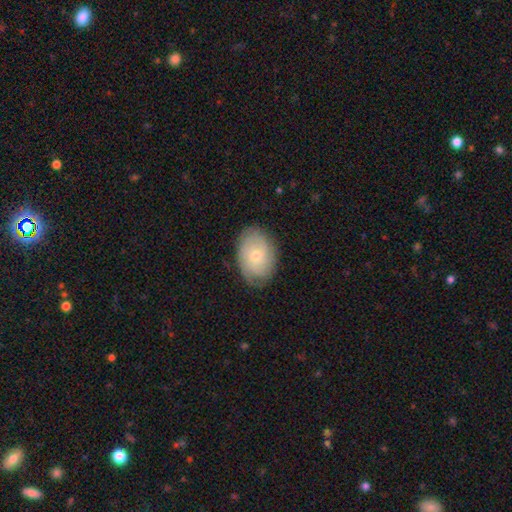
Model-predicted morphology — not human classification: smooth-or-featured: featured or disk: 60% | smooth: 33% | star or artifact: 7%
  disk-edge-on: no: 95% | yes: 5%
    bar: no: 78% | weak: 19% | strong: 3%
    has-spiral-arms: yes: 85% | no: 15%
    bulge-size: small: 58% | moderate: 39% | large: 1% | none: 1% | dominant: 1%
  merging: none: 78% | minor disturbance: 17% | major disturbance: 4% | merger: 1%